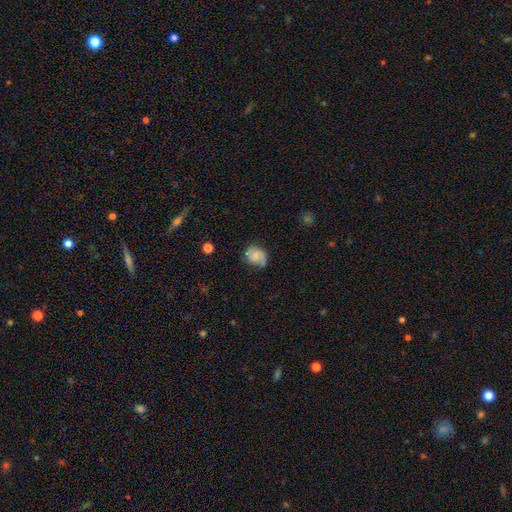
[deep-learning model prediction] A featured or disk galaxy (50%).

Vote fractions:
- Smooth or featured? featured or disk: 50% / smooth: 41% / star or artifact: 9%
- Edge-on disk? no: 97% / yes: 3%
- Merging? none: 60% / minor disturbance: 27% / major disturbance: 11% / merger: 2%